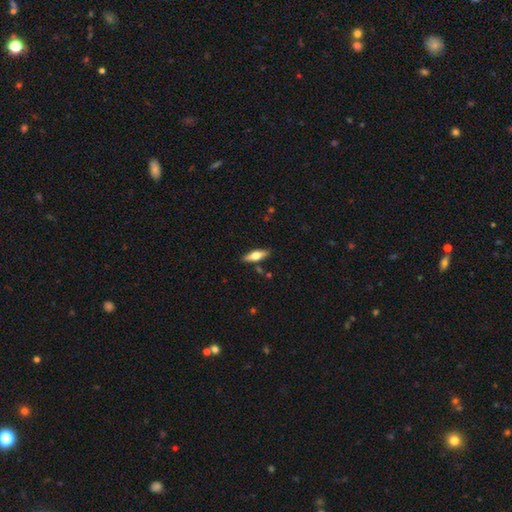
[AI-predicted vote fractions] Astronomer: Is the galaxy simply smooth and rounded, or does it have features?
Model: smooth — 51% (runner-up: featured or disk, 43%).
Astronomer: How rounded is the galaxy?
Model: cigar-shaped — 51% (runner-up: in between, 47%).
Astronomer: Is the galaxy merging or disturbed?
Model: none — 85%.